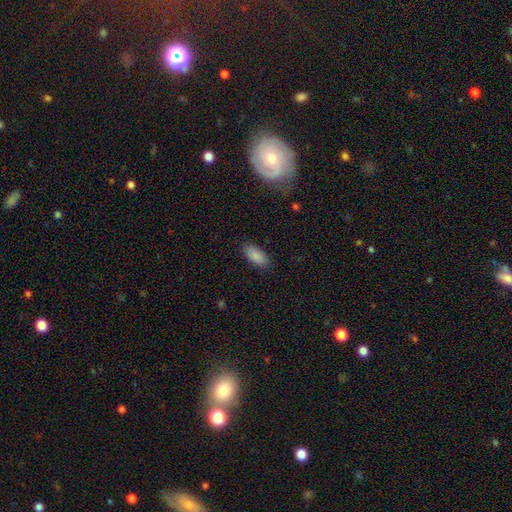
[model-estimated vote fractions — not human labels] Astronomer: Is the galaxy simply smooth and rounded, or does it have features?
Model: smooth — 88%.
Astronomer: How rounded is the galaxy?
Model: in between — 89%.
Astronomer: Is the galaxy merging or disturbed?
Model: none — 86%.